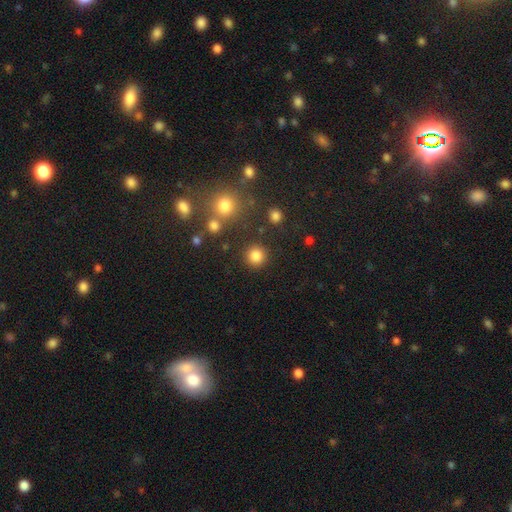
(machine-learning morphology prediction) This is clearly a smooth galaxy (84%). How rounded: clearly round (94%). Merging: clearly none (88%).